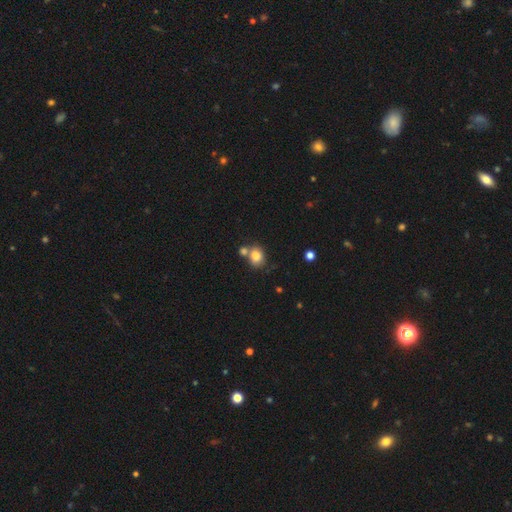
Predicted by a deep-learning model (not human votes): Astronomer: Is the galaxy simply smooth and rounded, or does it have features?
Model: smooth — 81%.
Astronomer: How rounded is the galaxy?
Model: round — 64%.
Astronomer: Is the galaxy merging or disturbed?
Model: none — 54% (runner-up: merger, 30%).